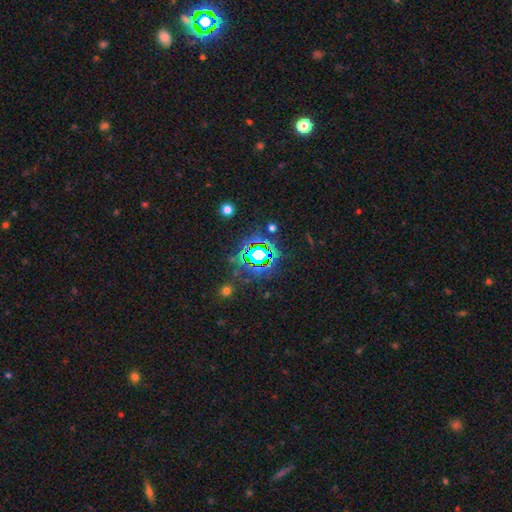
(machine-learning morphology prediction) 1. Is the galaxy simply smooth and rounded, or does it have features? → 73% star or artifact, 15% smooth, 12% featured or disk.